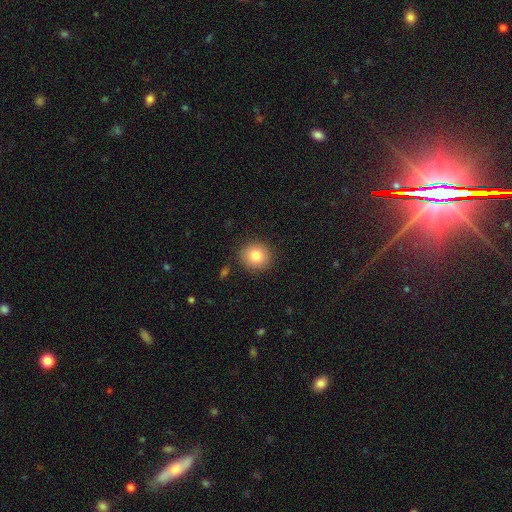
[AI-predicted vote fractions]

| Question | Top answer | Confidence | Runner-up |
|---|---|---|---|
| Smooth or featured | smooth | 82% | star or artifact (10%) |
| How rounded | round | 88% | in between (11%) |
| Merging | none | 89% | minor disturbance (7%) |